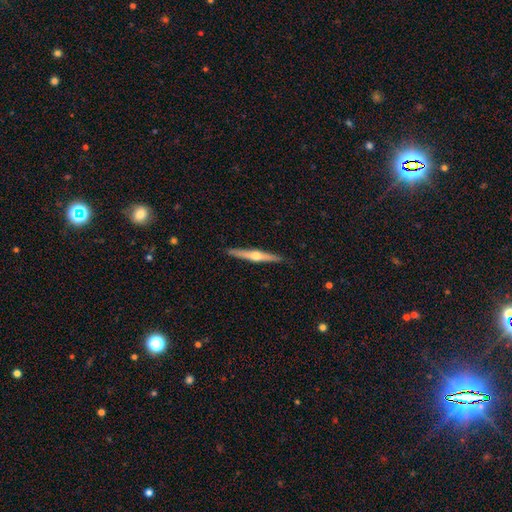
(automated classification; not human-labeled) featured or disk 70%, smooth 25%, star or artifact 6%. Down the decision tree: edge-on disk — yes (98%); edge-on bulge — rounded (93%); merging — none (90%).